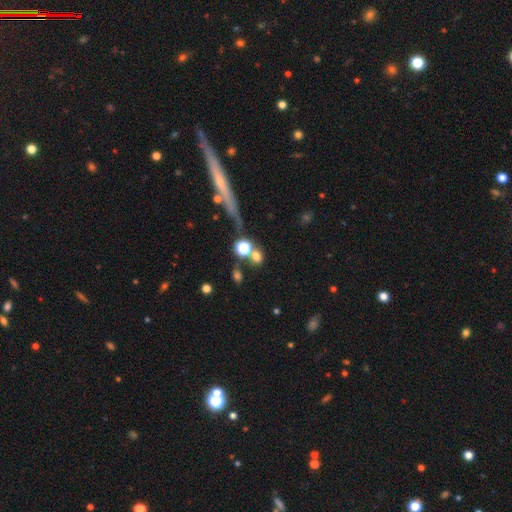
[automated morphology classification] Overall: smooth (68%). How rounded: round (73%). Merging: none (59%; merger 24%).